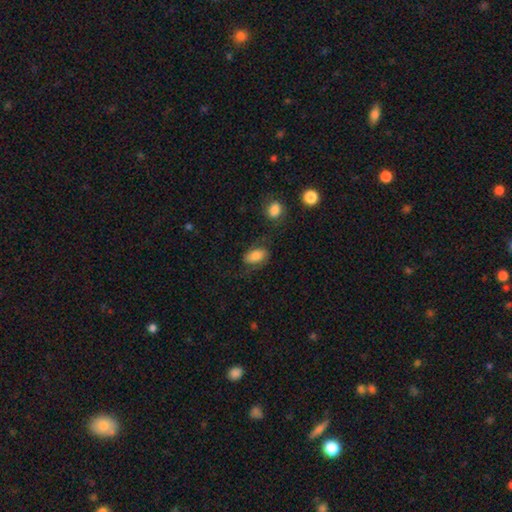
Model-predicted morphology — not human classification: type=smooth (70%); roundness=in between (90%); merging=none (60%).